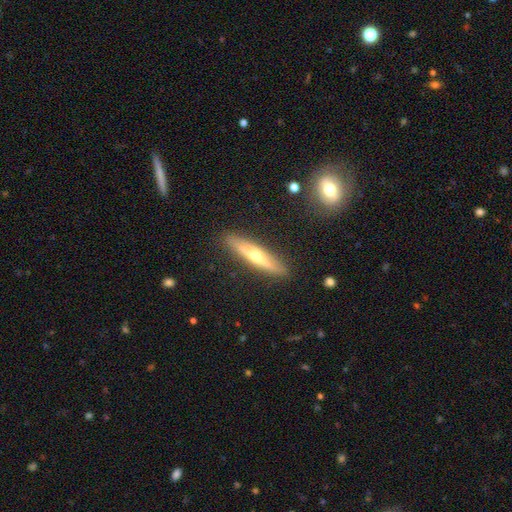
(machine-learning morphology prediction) A featured or disk galaxy (63%) viewed edge-on (92%) with a rounded central bulge (86%). Merging: none (90%).